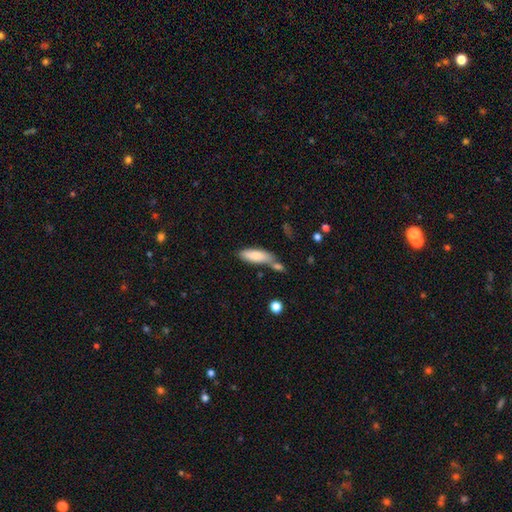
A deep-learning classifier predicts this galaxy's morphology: smooth-or-featured: smooth: 79% | featured or disk: 14% | star or artifact: 6%
  how-rounded: in between: 60% | cigar-shaped: 39% | round: 2%
  merging: none: 51% | merger: 25% | minor disturbance: 19% | major disturbance: 5%